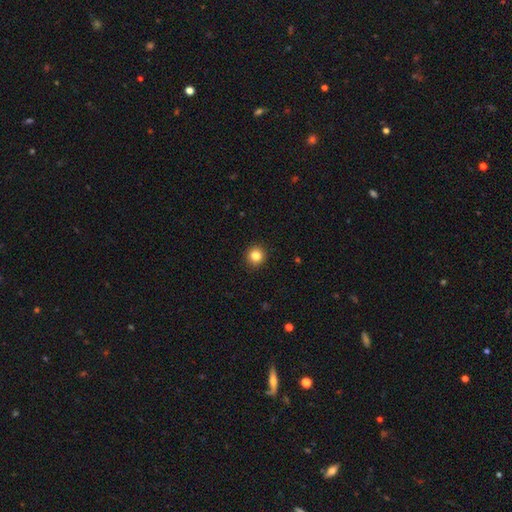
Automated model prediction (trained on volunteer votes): A smooth galaxy with no disk features (83%) that is round (94%). Merging: none (93%).